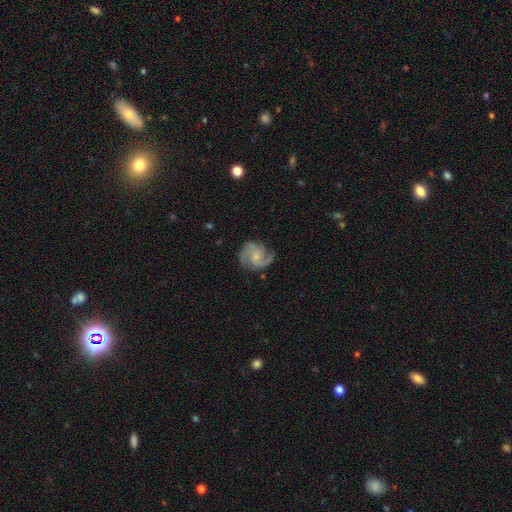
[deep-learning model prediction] Q: Smooth or featured?
A: featured or disk (84%); runner-up: smooth (11%)
Q: Edge-on disk?
A: no (98%); runner-up: yes (2%)
Q: Bar?
A: no (62%); runner-up: weak (33%)
Q: Spiral arms?
A: yes (97%); runner-up: no (3%)
Q: Spiral winding?
A: medium (54%); runner-up: tight (26%)
Q: Spiral arm count?
A: 3 (42%); runner-up: 2 (38%)
Q: Bulge size?
A: small (59%); runner-up: moderate (26%)
Q: Merging?
A: none (75%); runner-up: minor disturbance (17%)